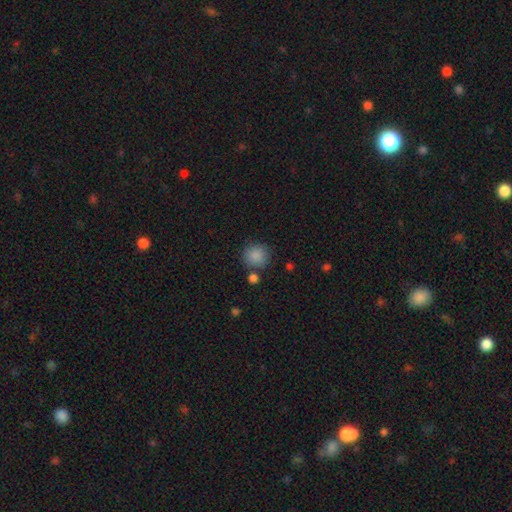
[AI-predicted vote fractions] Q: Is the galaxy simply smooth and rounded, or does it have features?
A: smooth — 87%.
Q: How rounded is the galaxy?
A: round — 90%.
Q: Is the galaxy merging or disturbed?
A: none — 78%.